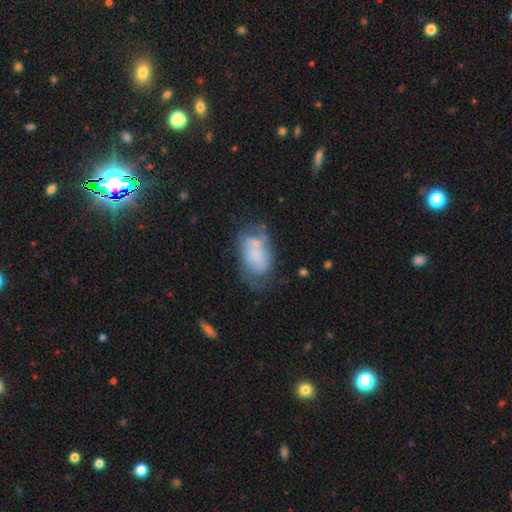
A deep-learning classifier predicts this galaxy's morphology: smooth_or_featured: smooth (p=0.49) [alt: featured or disk p=0.40]
merging: none (p=0.38) [alt: minor disturbance p=0.28]